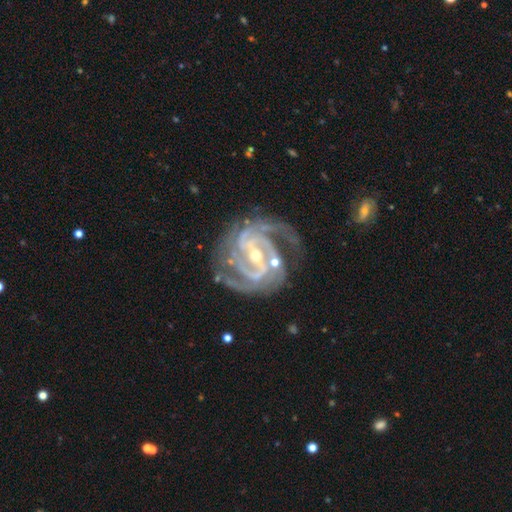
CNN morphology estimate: smooth_or_featured: featured or disk (p=0.93) [alt: star or artifact p=0.05]
disk_edge_on: no (p=0.98) [alt: yes p=0.02]
bar: strong (p=0.56) [alt: weak p=0.32]
has_spiral_arms: yes (p=0.99) [alt: no p=0.01]
spiral_winding: tight (p=0.54) [alt: medium p=0.41]
spiral_arm_count: 3 (p=0.35) [alt: 2 p=0.30]
bulge_size: small (p=0.60) [alt: moderate p=0.37]
merging: none (p=0.66) [alt: minor disturbance p=0.19]